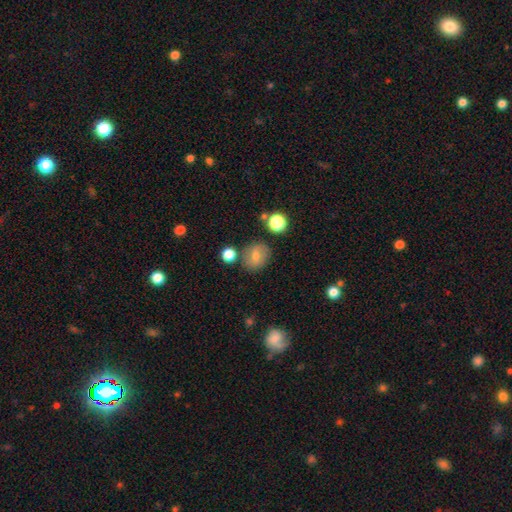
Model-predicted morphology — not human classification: Overall: smooth (67%). How rounded: round (75%). Merging: none (81%).